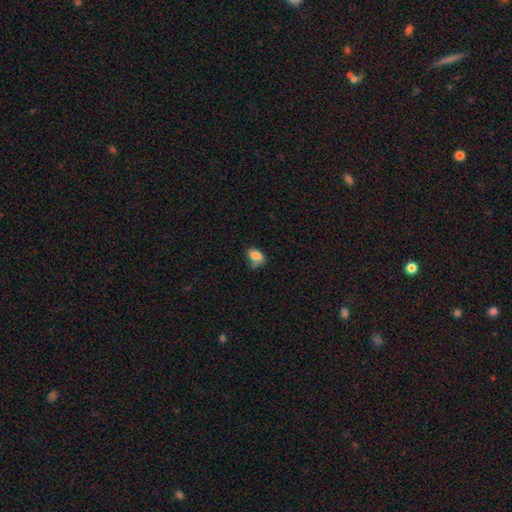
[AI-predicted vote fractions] smooth 81%, featured or disk 10%, star or artifact 9%. Down the decision tree: how rounded — in between (84%); merging — none (45%).